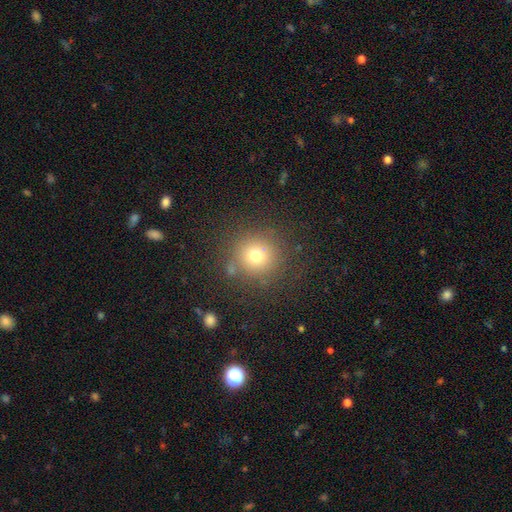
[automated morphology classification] This appears to be a smooth galaxy with no disk features (73%) that is round (92%). Merging: none (82%).